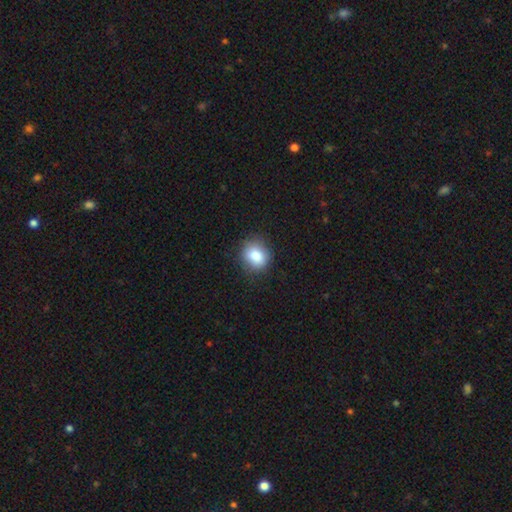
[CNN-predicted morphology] A smooth galaxy with no disk features (84%) that is round (67%).

Vote fractions:
- Smooth or featured? smooth: 84% / star or artifact: 9% / featured or disk: 7%
- How rounded? round: 67% / in between: 32% / cigar-shaped: 1%
- Merging? none: 82% / minor disturbance: 14% / major disturbance: 3% / merger: 1%